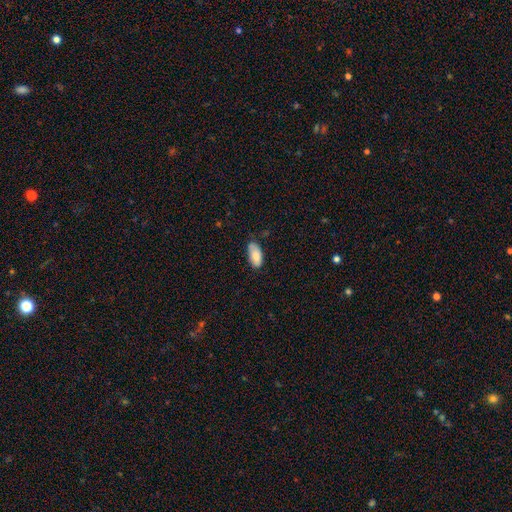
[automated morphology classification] smooth_or_featured: smooth (p=0.86) [alt: featured or disk p=0.08]
how_rounded: in between (p=0.91) [alt: cigar-shaped p=0.06]
merging: none (p=0.70) [alt: minor disturbance p=0.24]